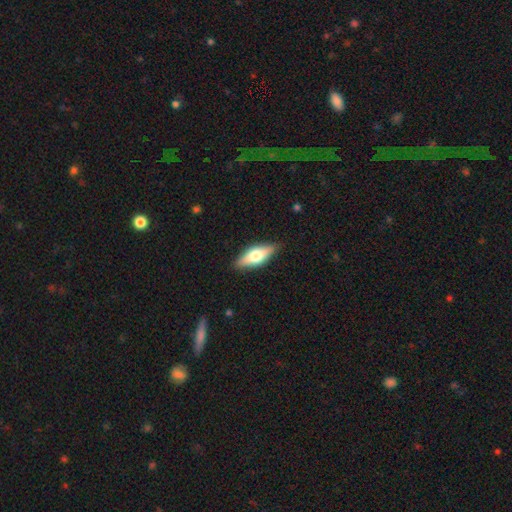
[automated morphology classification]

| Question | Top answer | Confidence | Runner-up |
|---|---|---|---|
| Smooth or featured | smooth | 57% | featured or disk (37%) |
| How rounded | in between | 73% | cigar-shaped (24%) |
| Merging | none | 86% | minor disturbance (11%) |